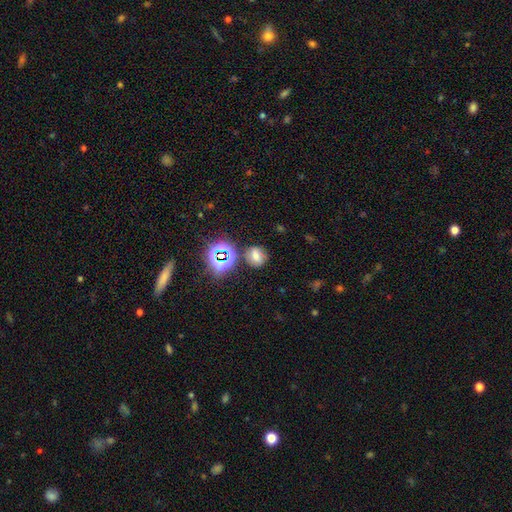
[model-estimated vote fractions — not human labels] This appears to be a smooth galaxy with no disk features (56%) that is round (64%). Merging: none (73%).